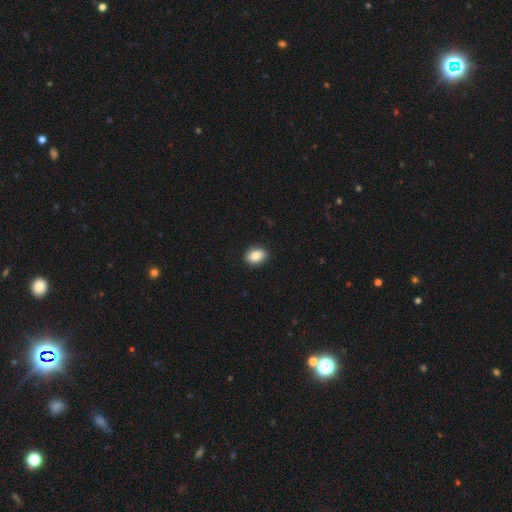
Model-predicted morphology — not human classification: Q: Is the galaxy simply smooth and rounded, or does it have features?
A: smooth — 86%.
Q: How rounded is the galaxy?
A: in between — 66%.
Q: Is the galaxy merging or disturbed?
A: none — 87%.